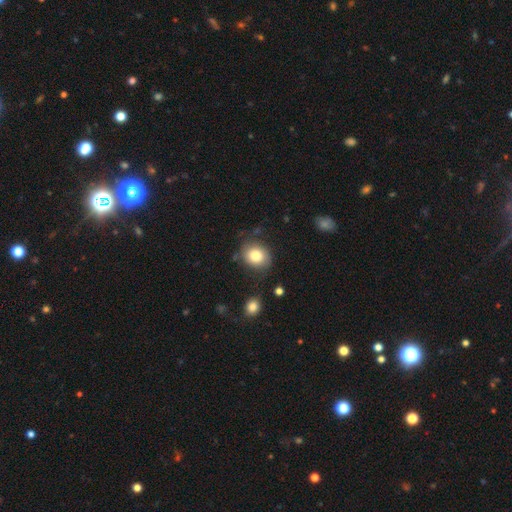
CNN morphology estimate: A smooth galaxy with no disk features (81%) that is round (64%). Merging: none (75%).